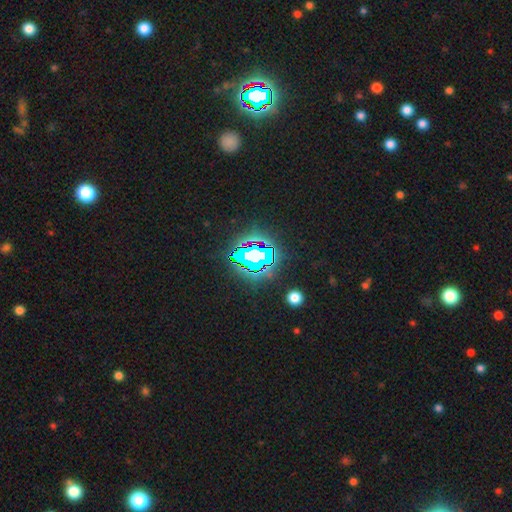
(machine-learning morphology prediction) The model was most divided on "smooth or featured": star or artifact: 68%, smooth: 18%, featured or disk: 14%.